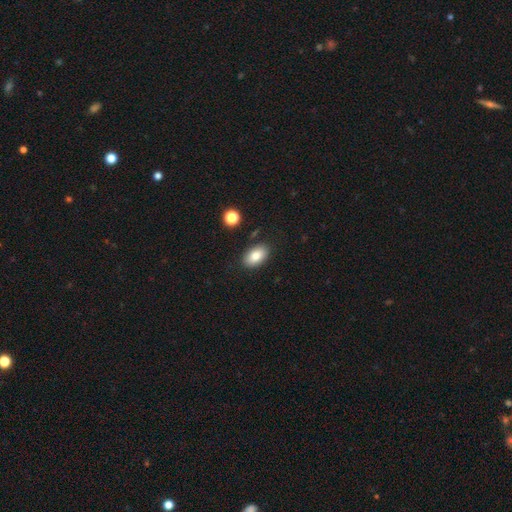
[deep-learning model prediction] A smooth galaxy with no disk features (82%) that is in between round and cigar-shaped (91%).

Vote fractions:
- Smooth or featured? smooth: 82% / featured or disk: 10% / star or artifact: 8%
- How rounded? in between: 91% / round: 7% / cigar-shaped: 1%
- Merging? none: 85% / minor disturbance: 10% / major disturbance: 3% / merger: 3%